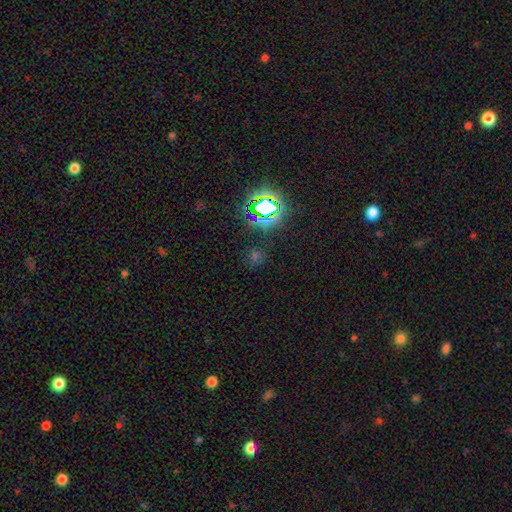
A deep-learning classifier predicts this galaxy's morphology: smooth-or-featured: star or artifact: 59% | smooth: 34% | featured or disk: 7%